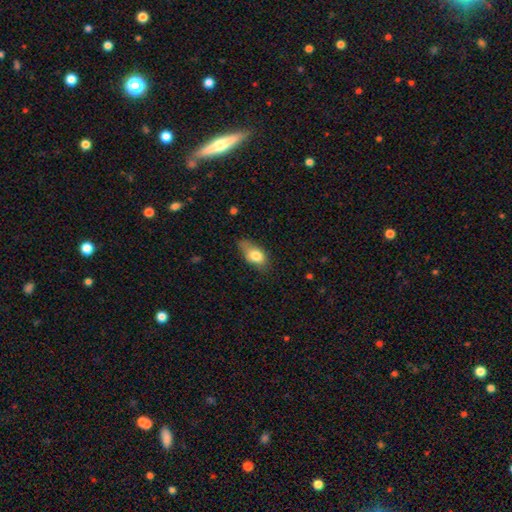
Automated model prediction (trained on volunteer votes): Smooth or featured? Predicted: smooth (p=0.78). How rounded? Predicted: in between (p=0.86). Merging? Predicted: none (p=0.46).